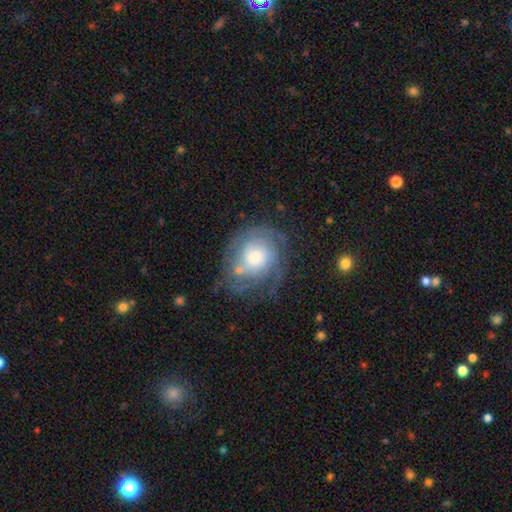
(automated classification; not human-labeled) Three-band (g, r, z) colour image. It shows a featured or disk galaxy (66%) with no bar (79%), tight (59%) spiral arms (83%) and a moderate central bulge (46%). Merging: none (60%).